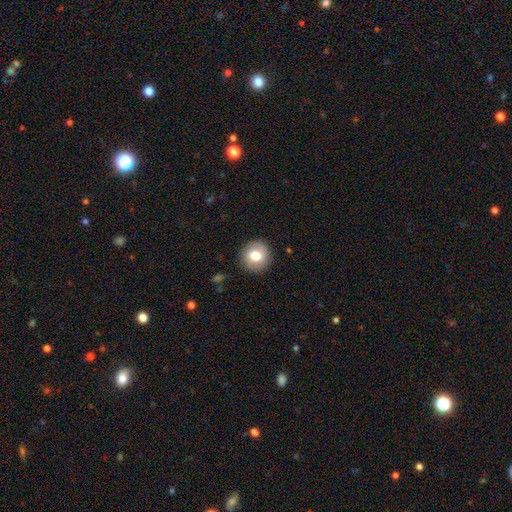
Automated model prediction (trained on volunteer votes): A smooth galaxy with no disk features (74%) that is round (91%). Merging: none (88%).